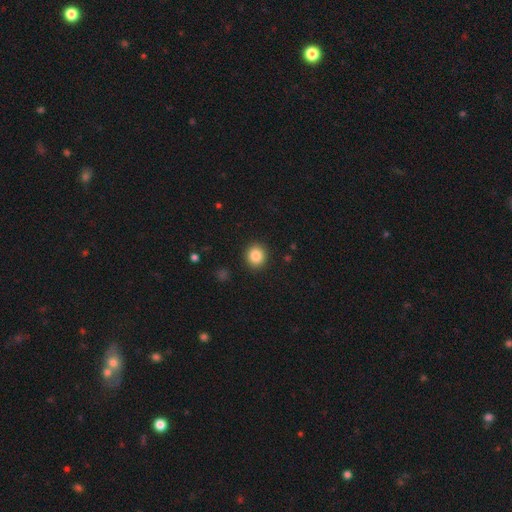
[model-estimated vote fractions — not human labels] The model was most divided on "how rounded": round: 85%, in between: 14%, cigar-shaped: 1%. More confident: merging — none (91%); smooth or featured — smooth (85%).